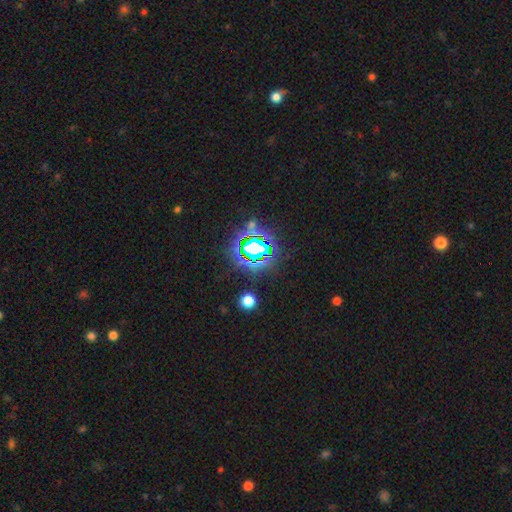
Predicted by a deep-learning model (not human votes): A star or artifact, not a galaxy (74%).